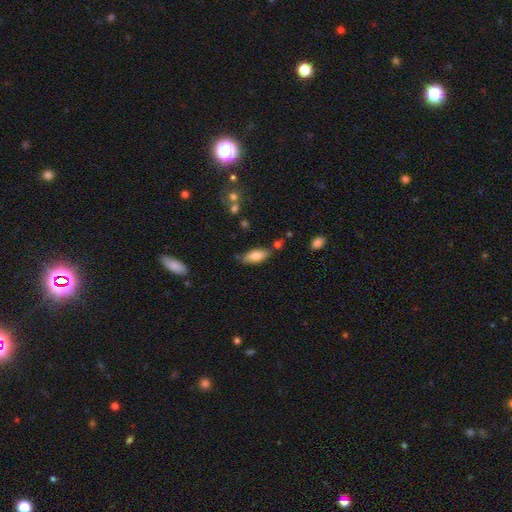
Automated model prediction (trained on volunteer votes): Smooth or featured? smooth (79%)
How rounded? in between (78%)
Merging? none (71%)